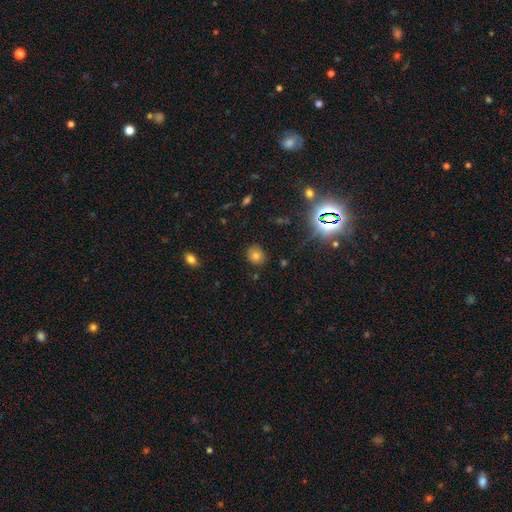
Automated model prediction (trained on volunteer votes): Smooth or featured? smooth (72%)
How rounded? round (78%)
Merging? none (85%)